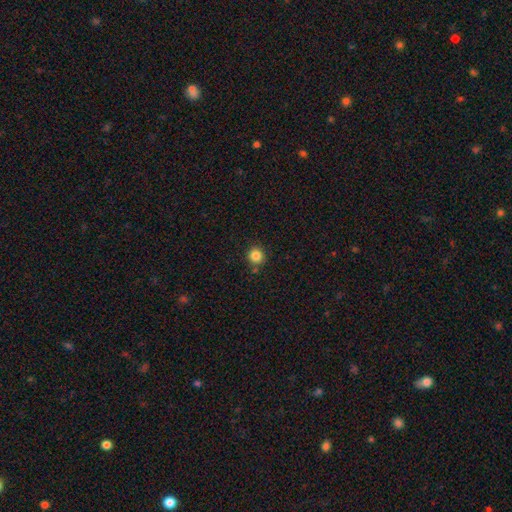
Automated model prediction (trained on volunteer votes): smooth_or_featured: smooth (p=0.84) [alt: star or artifact p=0.11]
how_rounded: round (p=0.92) [alt: in between p=0.07]
merging: none (p=0.84) [alt: minor disturbance p=0.08]